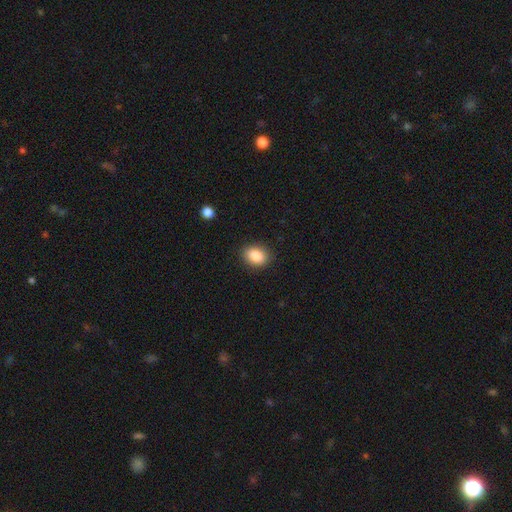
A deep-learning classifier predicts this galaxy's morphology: smooth 88%, star or artifact 8%, featured or disk 4%. Down the decision tree: how rounded — in between (68%); merging — none (87%).